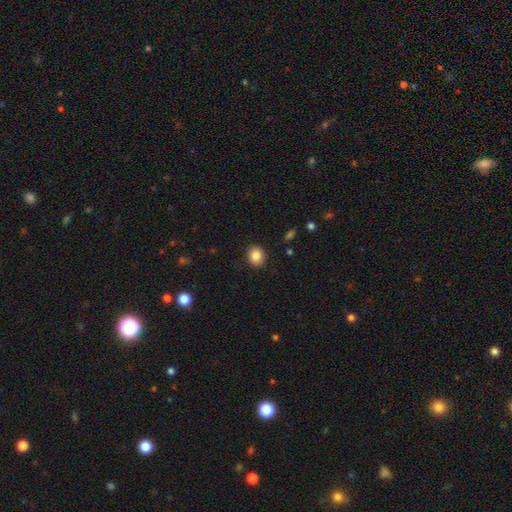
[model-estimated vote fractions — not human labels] Morphology: type=smooth (86%); roundness=round (64%); merging=none (90%).